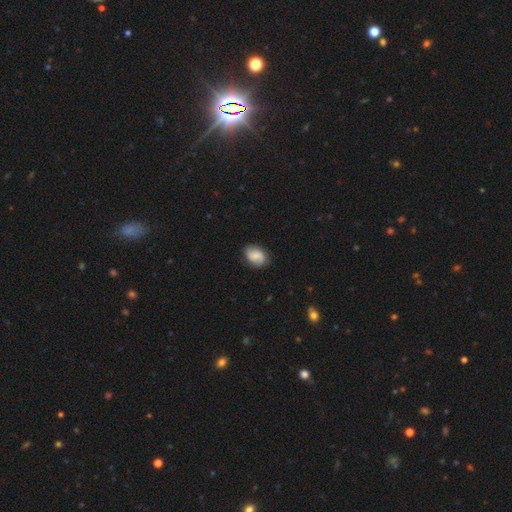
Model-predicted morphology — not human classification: Smooth or featured?
  - smooth: 53% *
  - featured or disk: 39%
  - star or artifact: 8%
How rounded?
  - in between: 67% *
  - round: 32%
  - cigar-shaped: 1%
Merging?
  - none: 77% *
  - minor disturbance: 17%
  - major disturbance: 4%
  - merger: 1%